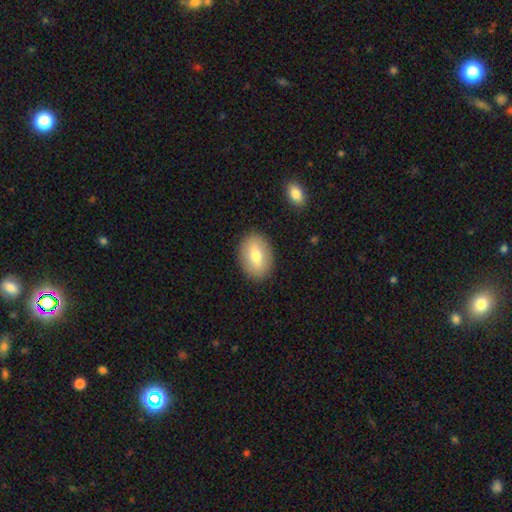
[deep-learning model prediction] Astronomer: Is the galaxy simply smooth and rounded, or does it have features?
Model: smooth — 72%.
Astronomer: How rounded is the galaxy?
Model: in between — 78%.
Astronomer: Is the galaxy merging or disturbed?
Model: none — 88%.